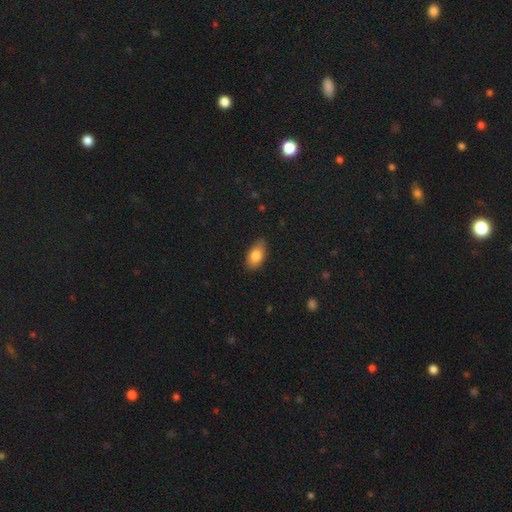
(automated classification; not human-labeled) This appears to be a smooth galaxy with no disk features (81%) that is in between round and cigar-shaped (89%). Merging: none (79%).